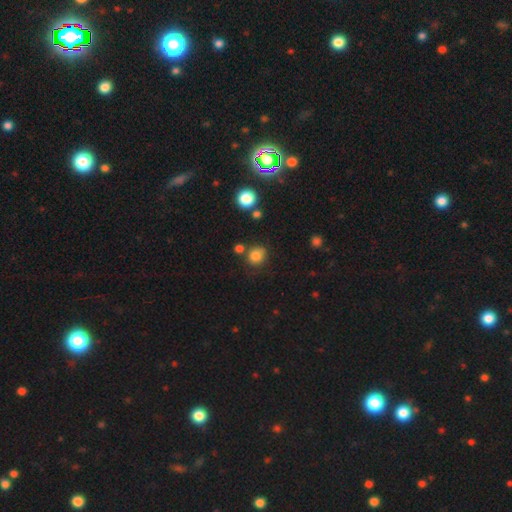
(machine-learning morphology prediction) smooth_or_featured: smooth (p=0.81) [alt: star or artifact p=0.13]
how_rounded: round (p=0.81) [alt: in between p=0.18]
merging: none (p=0.70) [alt: minor disturbance p=0.17]